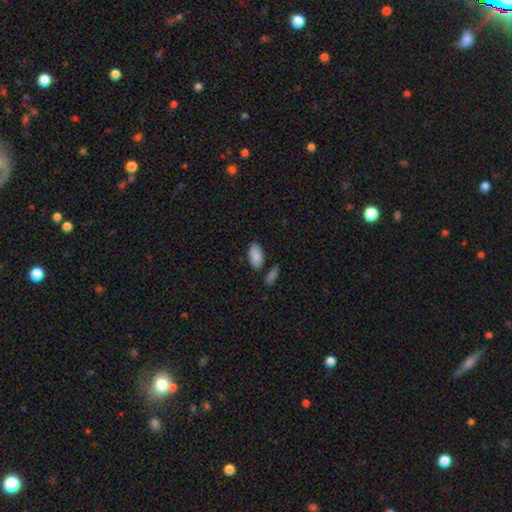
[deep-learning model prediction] Smooth or featured?
  - smooth: 88% *
  - star or artifact: 6%
  - featured or disk: 5%
How rounded?
  - in between: 95% *
  - cigar-shaped: 3%
  - round: 2%
Merging?
  - none: 77% *
  - minor disturbance: 13%
  - merger: 8%
  - major disturbance: 3%